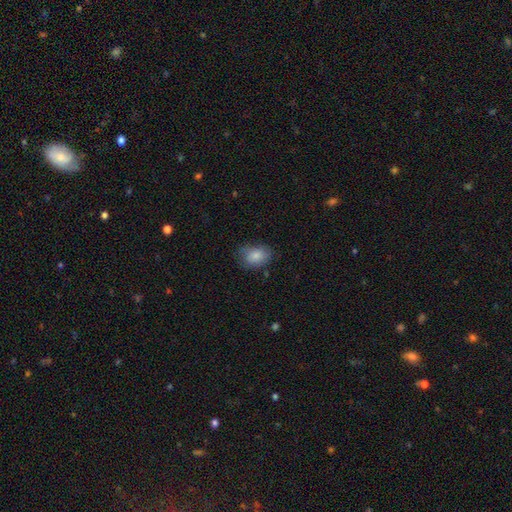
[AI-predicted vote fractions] smooth_or_featured: smooth (p=0.82) [alt: featured or disk p=0.10]
how_rounded: in between (p=0.75) [alt: round p=0.24]
merging: none (p=0.68) [alt: minor disturbance p=0.24]